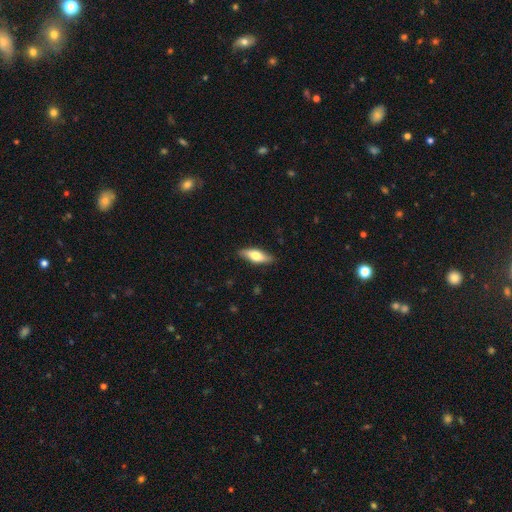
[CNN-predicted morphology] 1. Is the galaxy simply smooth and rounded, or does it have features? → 60% smooth, 34% featured or disk, 6% star or artifact.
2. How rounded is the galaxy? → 59% in between, 39% cigar-shaped, 3% round.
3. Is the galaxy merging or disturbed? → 86% none, 11% minor disturbance, 2% major disturbance, 1% merger.